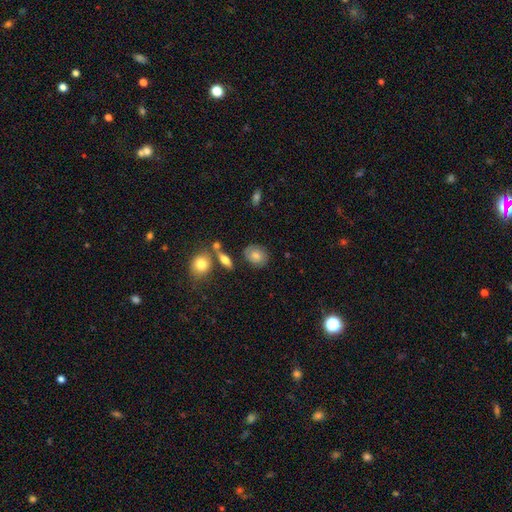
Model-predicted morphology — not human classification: smooth-or-featured: smooth: 68% | featured or disk: 24% | star or artifact: 9%
  how-rounded: in between: 51% | round: 47% | cigar-shaped: 2%
  merging: none: 76% | minor disturbance: 15% | merger: 5% | major disturbance: 5%